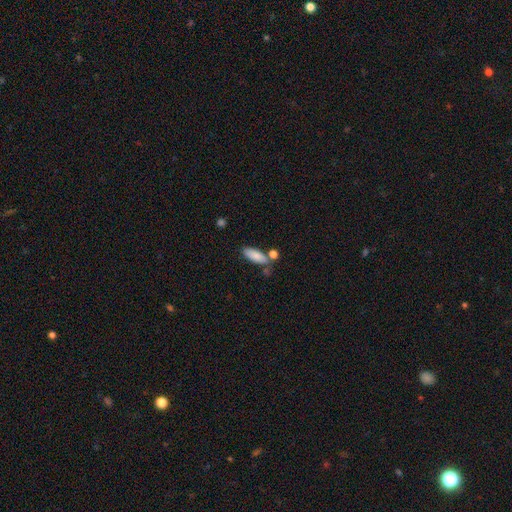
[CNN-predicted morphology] Q: Smooth or featured?
A: smooth (84%); runner-up: featured or disk (9%)
Q: How rounded?
A: in between (73%); runner-up: cigar-shaped (25%)
Q: Merging?
A: none (60%); runner-up: merger (18%)